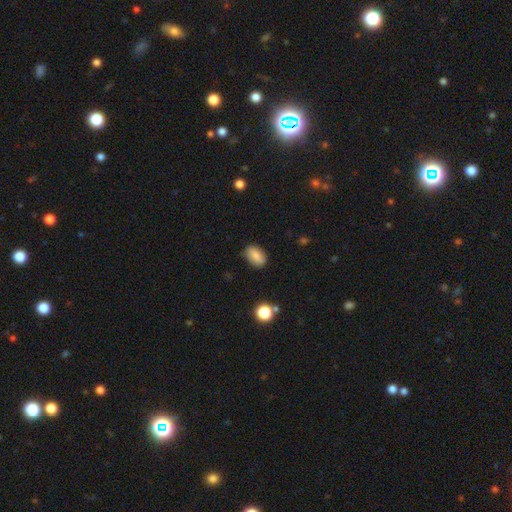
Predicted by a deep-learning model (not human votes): A smooth galaxy with no disk features (83%) that is in between round and cigar-shaped (88%). Merging: none (83%).